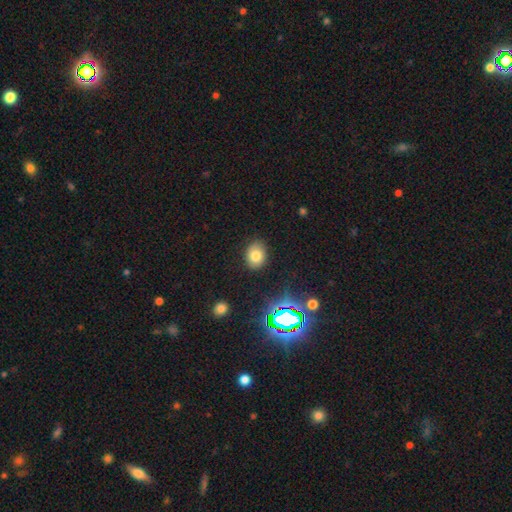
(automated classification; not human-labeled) Smooth or featured? smooth (74%)
How rounded? in between (55%)
Merging? none (84%)